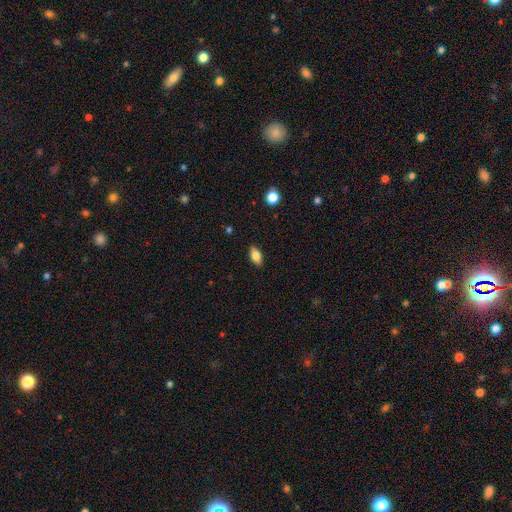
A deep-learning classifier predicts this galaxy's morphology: This appears to be a smooth galaxy with no disk features (78%) that is in between round and cigar-shaped (87%). Merging: none (86%).